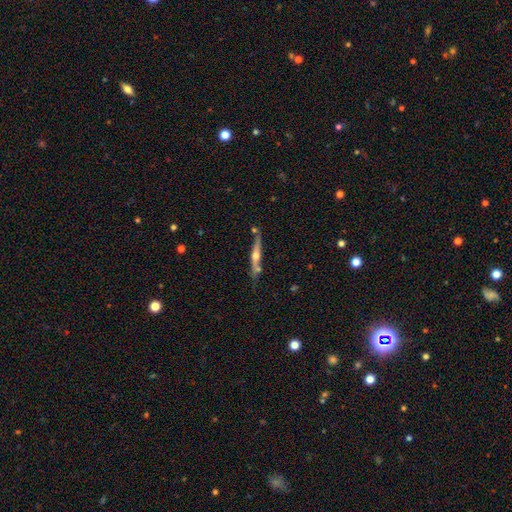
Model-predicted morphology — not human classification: The model was most divided on "smooth or featured": featured or disk: 67%, smooth: 27%, star or artifact: 6%. More confident: edge-on disk — yes (95%); edge-on bulge — rounded (89%); merging — none (70%).